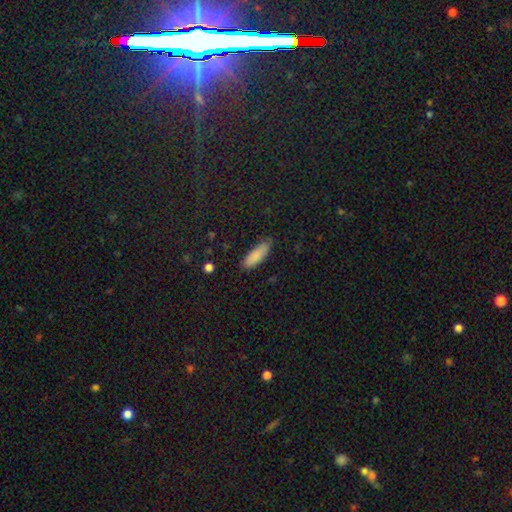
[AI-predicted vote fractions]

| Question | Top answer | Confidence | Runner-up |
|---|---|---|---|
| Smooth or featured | smooth | 86% | featured or disk (7%) |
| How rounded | in between | 58% | cigar-shaped (41%) |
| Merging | none | 83% | minor disturbance (13%) |